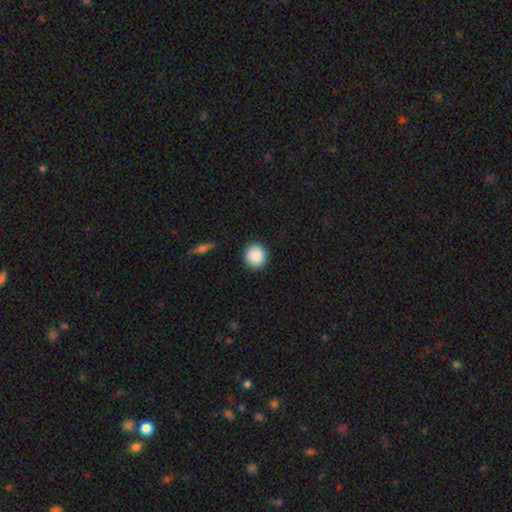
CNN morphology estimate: Smooth or featured?
  - smooth: 90% *
  - star or artifact: 7%
  - featured or disk: 3%
How rounded?
  - round: 92% *
  - in between: 7%
  - cigar-shaped: 1%
Merging?
  - none: 92% *
  - minor disturbance: 6%
  - major disturbance: 2%
  - merger: 1%